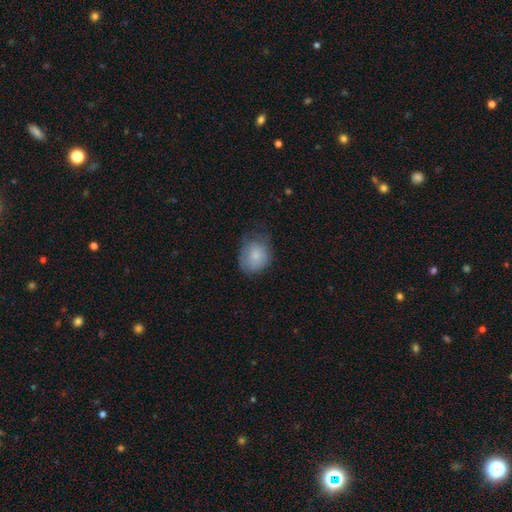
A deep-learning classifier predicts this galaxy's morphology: Smooth or featured? Predicted: smooth (p=0.81). How rounded? Predicted: round (p=0.56). Merging? Predicted: none (p=0.53).